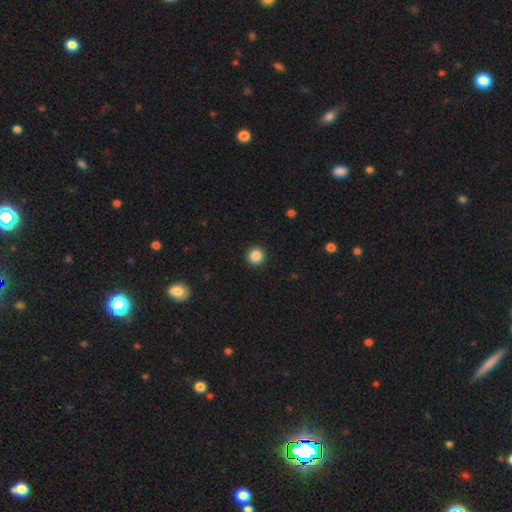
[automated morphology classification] smooth 87%, star or artifact 10%, featured or disk 3%. Down the decision tree: how rounded — round (96%); merging — none (93%).